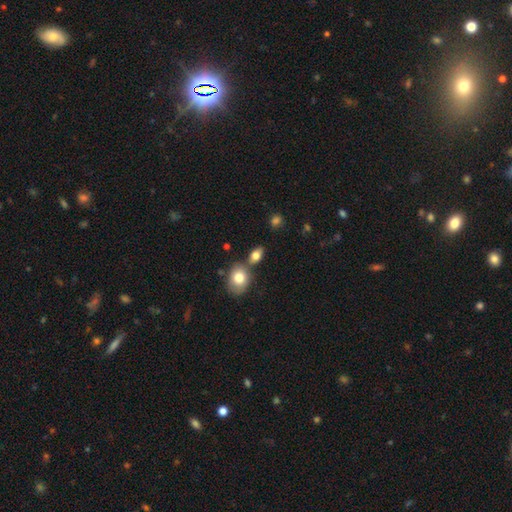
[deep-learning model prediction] Smooth or featured?
  - smooth: 79% *
  - featured or disk: 13%
  - star or artifact: 9%
How rounded?
  - in between: 80% *
  - round: 16%
  - cigar-shaped: 4%
Merging?
  - none: 59% *
  - merger: 24%
  - minor disturbance: 13%
  - major disturbance: 4%